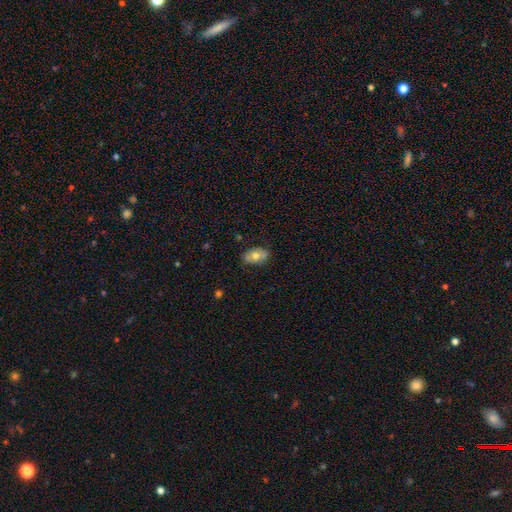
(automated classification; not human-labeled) Smooth or featured? Predicted: smooth (p=0.61). How rounded? Predicted: in between (p=0.89). Merging? Predicted: none (p=0.81).